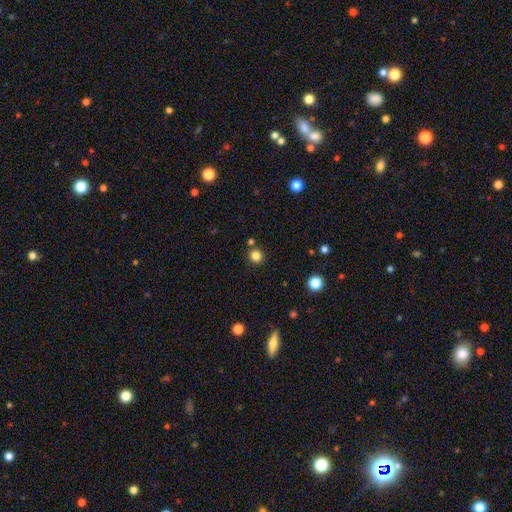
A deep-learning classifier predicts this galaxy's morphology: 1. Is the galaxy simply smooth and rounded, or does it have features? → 83% smooth, 13% star or artifact, 4% featured or disk.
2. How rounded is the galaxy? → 91% round, 9% in between, 1% cigar-shaped.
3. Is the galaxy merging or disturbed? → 84% none, 7% minor disturbance, 6% merger, 2% major disturbance.